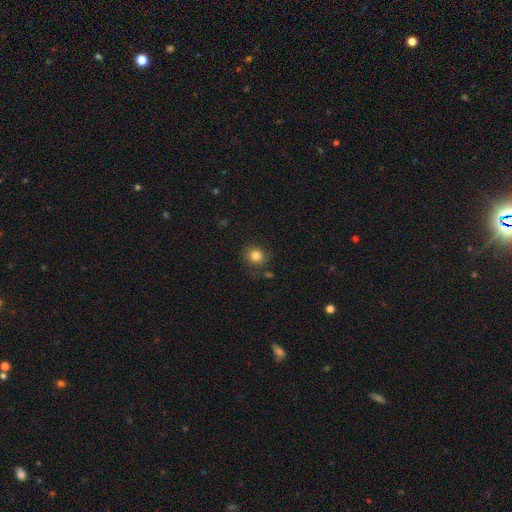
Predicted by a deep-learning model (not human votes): Smooth or featured: smooth — 83% (star or artifact — 11%)
How rounded: round — 84% (in between — 15%)
Merging: none — 81% (minor disturbance — 12%)